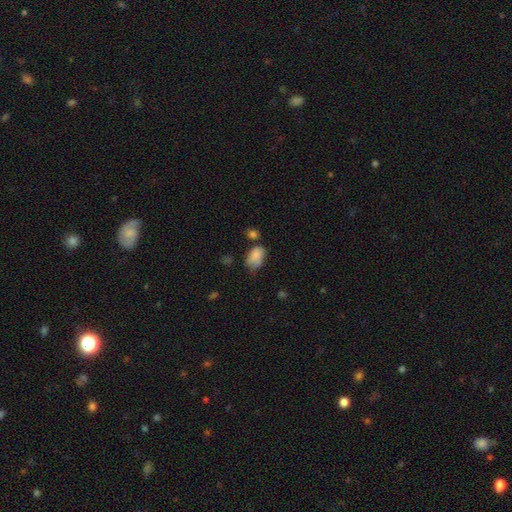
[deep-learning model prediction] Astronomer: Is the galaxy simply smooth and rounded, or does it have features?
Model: smooth — 80%.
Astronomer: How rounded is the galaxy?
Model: in between — 85%.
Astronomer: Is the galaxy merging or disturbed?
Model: none — 41% (runner-up: minor disturbance, 37%).